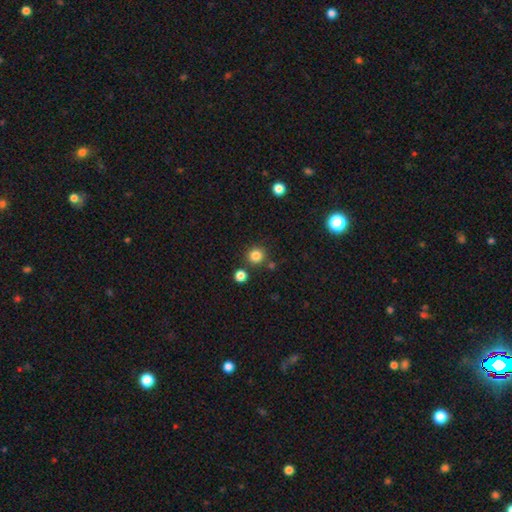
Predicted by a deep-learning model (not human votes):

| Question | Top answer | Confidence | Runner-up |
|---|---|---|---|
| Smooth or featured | smooth | 83% | star or artifact (13%) |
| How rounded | round | 93% | in between (6%) |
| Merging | none | 83% | merger (7%) |